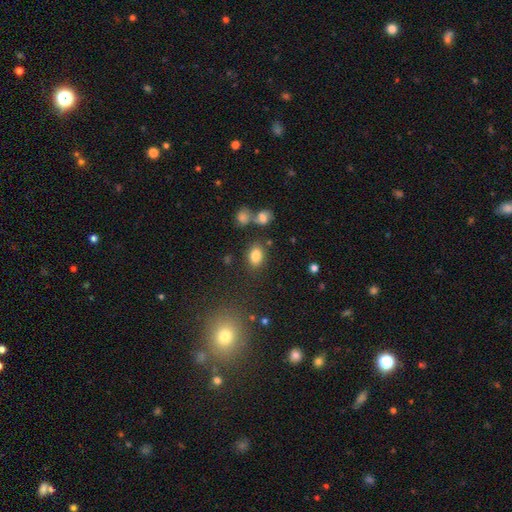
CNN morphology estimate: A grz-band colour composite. It shows a smooth galaxy with no disk features (82%) that is in between round and cigar-shaped (73%). Merging: none (78%).